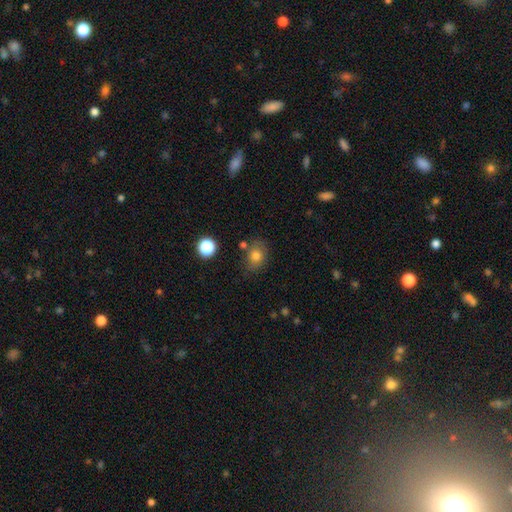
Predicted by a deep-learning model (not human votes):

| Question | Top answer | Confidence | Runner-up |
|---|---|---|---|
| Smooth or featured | smooth | 78% | star or artifact (12%) |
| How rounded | round | 52% | in between (47%) |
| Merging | none | 72% | minor disturbance (16%) |